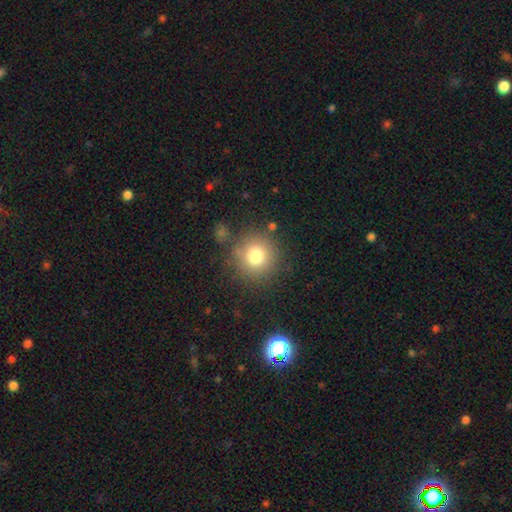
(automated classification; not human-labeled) Smooth or featured? Predicted: smooth (p=0.78). How rounded? Predicted: round (p=0.93). Merging? Predicted: none (p=0.82).